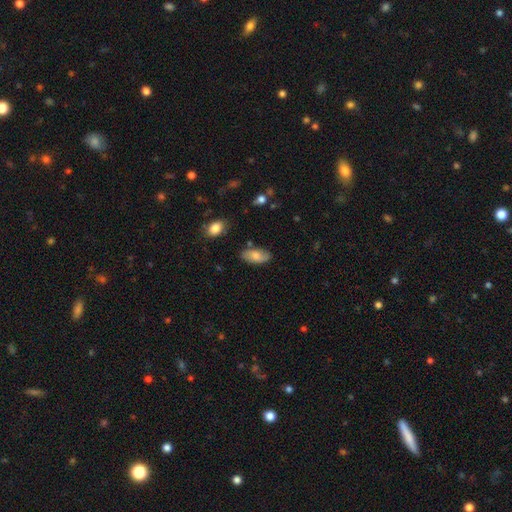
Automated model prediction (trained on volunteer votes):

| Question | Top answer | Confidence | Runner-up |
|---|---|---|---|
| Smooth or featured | smooth | 75% | featured or disk (18%) |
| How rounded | in between | 93% | cigar-shaped (4%) |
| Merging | none | 78% | minor disturbance (16%) |